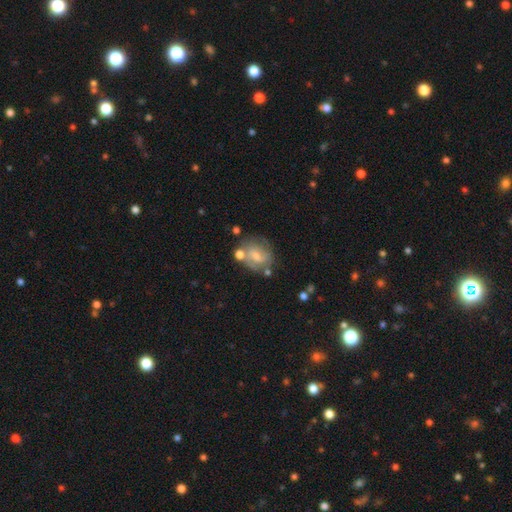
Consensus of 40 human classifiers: smooth_or_featured: featured or disk (p=0.60) [alt: smooth p=0.38]
disk_edge_on: no (p=0.96) [alt: yes p=0.04]
bar: weak (p=0.57) [alt: no p=0.43]
has_spiral_arms: yes (p=0.65) [alt: no p=0.35]
spiral_winding: tight (p=0.40) [alt: loose p=0.33]
spiral_arm_count: can't tell (p=0.47) [alt: 2 p=0.33]
bulge_size: moderate (p=0.43) [alt: small p=0.30]
merging: none (p=0.56) [alt: minor disturbance p=0.23]